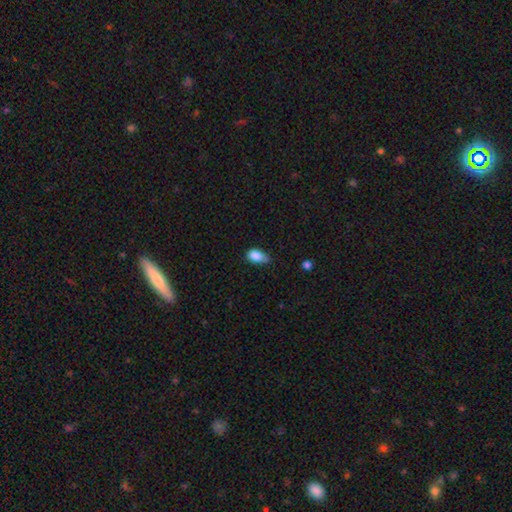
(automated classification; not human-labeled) Overall: smooth (85%). How rounded: in between (89%). Merging: minor disturbance (46%; none 42%).